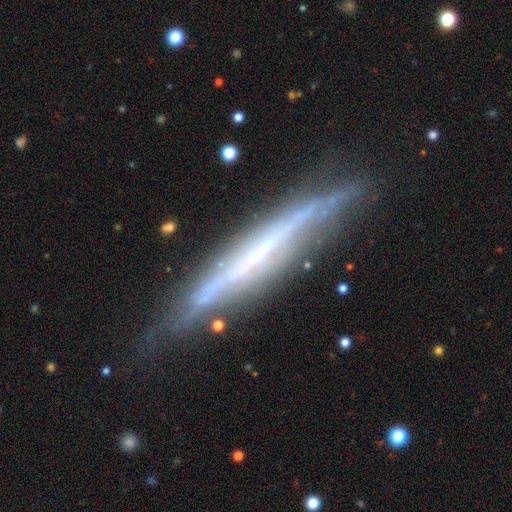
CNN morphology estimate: smooth-or-featured: featured or disk: 80% | smooth: 13% | star or artifact: 7%
  disk-edge-on: yes: 91% | no: 9%
    edge-on-bulge: none: 64% | rounded: 28% | boxy: 8%
  merging: none: 77% | minor disturbance: 17% | major disturbance: 4% | merger: 2%